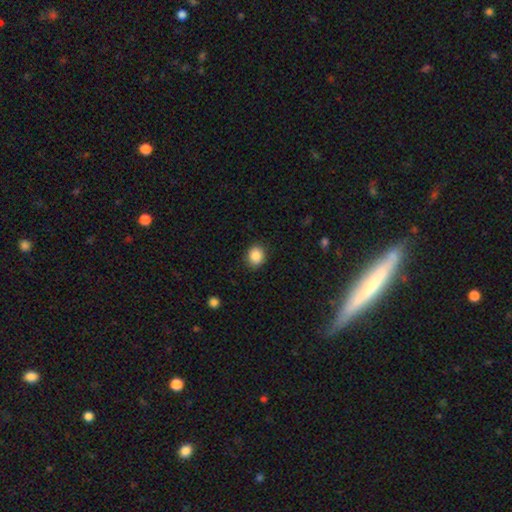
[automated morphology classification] Overall: smooth (88%). How rounded: round (72%). Merging: none (89%).